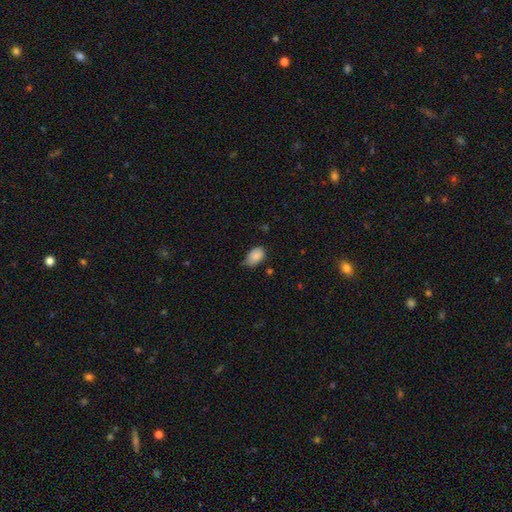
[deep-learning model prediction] This appears to be a smooth galaxy with no disk features (85%) that is in between round and cigar-shaped (90%). Merging: none (49%).